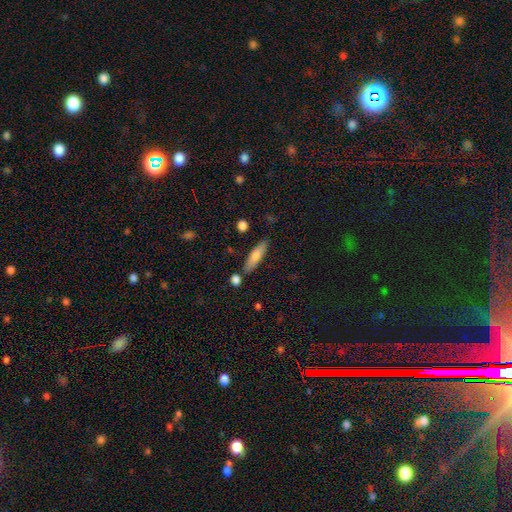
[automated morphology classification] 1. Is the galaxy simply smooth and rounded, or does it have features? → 72% smooth, 22% featured or disk, 6% star or artifact.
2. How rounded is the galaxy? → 70% cigar-shaped, 28% in between, 2% round.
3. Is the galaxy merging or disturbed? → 82% none, 11% minor disturbance, 5% merger, 2% major disturbance.